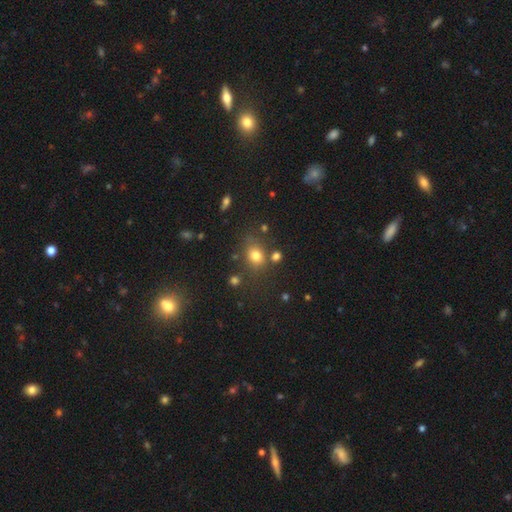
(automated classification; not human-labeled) smooth 76%, star or artifact 15%, featured or disk 9%. Down the decision tree: how rounded — in between (50%); merging — none (71%).